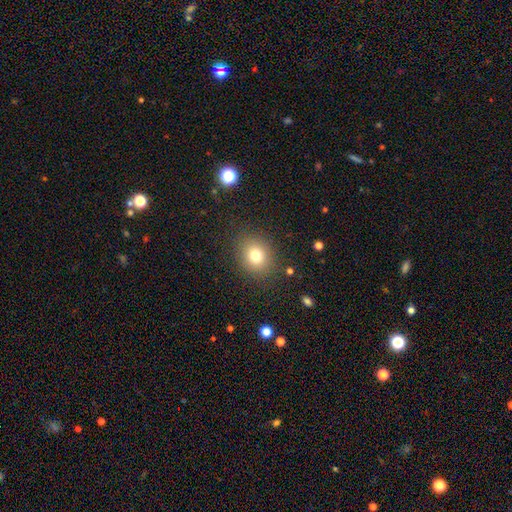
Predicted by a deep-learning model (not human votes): Smooth or featured? smooth (76%)
How rounded? round (69%)
Merging? none (86%)